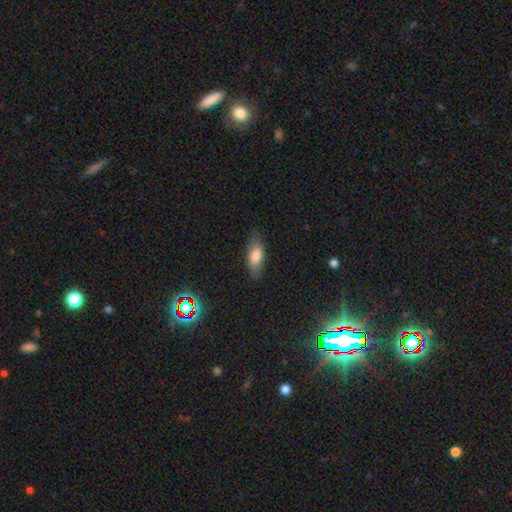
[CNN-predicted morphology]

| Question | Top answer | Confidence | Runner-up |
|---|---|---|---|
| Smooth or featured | smooth | 81% | featured or disk (12%) |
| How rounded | in between | 80% | cigar-shaped (17%) |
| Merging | none | 79% | minor disturbance (16%) |